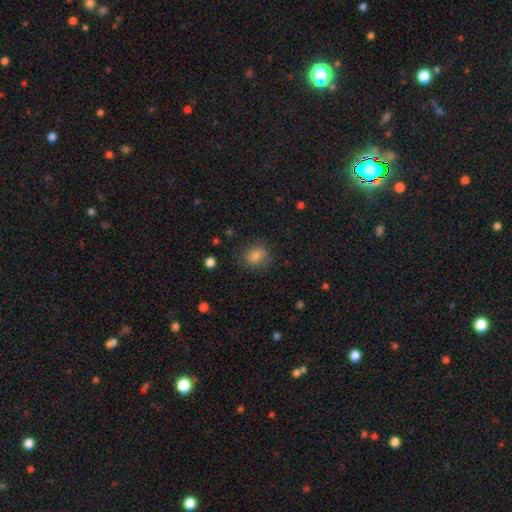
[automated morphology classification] Smooth or featured? smooth (77%)
How rounded? round (58%)
Merging? none (81%)